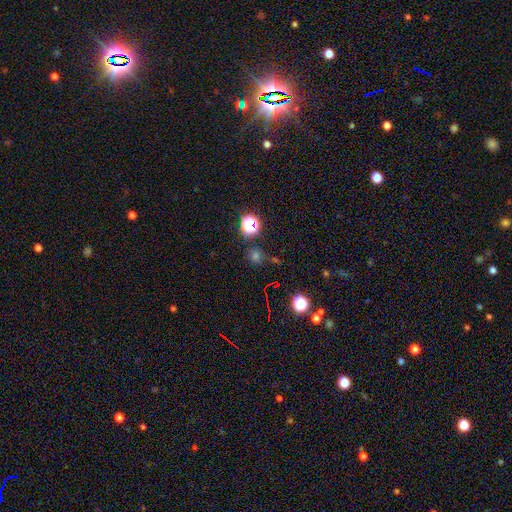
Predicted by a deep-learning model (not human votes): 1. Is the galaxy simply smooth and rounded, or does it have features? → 49% smooth, 44% star or artifact, 7% featured or disk.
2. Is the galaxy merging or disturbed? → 81% none, 8% minor disturbance, 8% merger, 3% major disturbance.